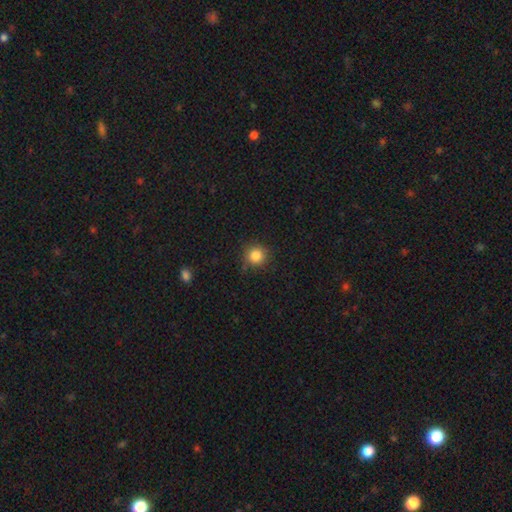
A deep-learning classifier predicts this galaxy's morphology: This is clearly a smooth galaxy (84%). How rounded: clearly round (93%). Merging: clearly none (84%).